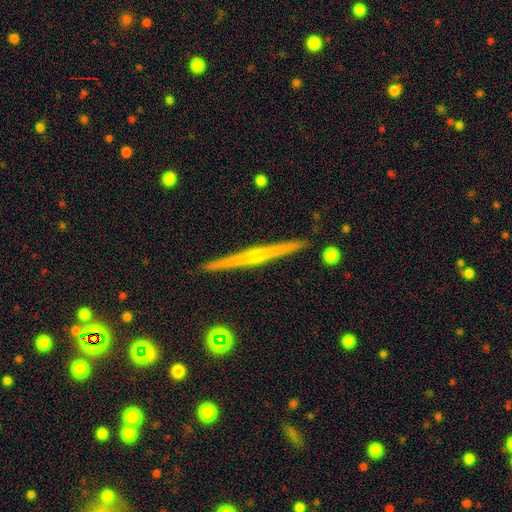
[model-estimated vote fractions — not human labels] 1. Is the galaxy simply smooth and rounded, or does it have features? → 78% featured or disk, 16% smooth, 6% star or artifact.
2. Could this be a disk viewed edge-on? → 98% yes, 2% no.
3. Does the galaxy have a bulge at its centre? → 56% rounded, 36% none, 7% boxy.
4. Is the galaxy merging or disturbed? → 92% none, 5% minor disturbance, 1% merger, 1% major disturbance.